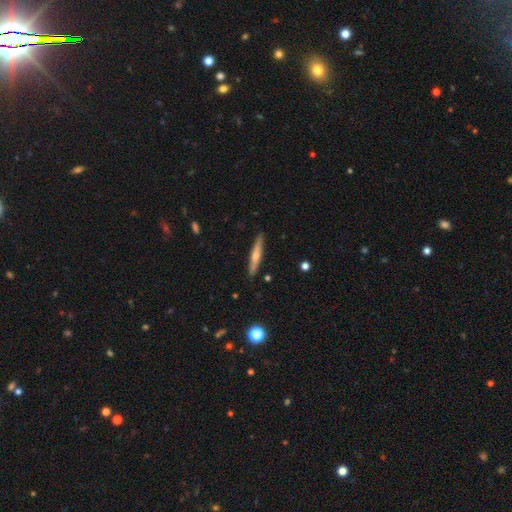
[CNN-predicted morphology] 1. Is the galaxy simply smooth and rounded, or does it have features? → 52% smooth, 42% featured or disk, 6% star or artifact.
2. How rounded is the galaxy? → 94% cigar-shaped, 5% in between, 1% round.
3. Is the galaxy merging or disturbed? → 90% none, 7% minor disturbance, 1% major disturbance, 1% merger.